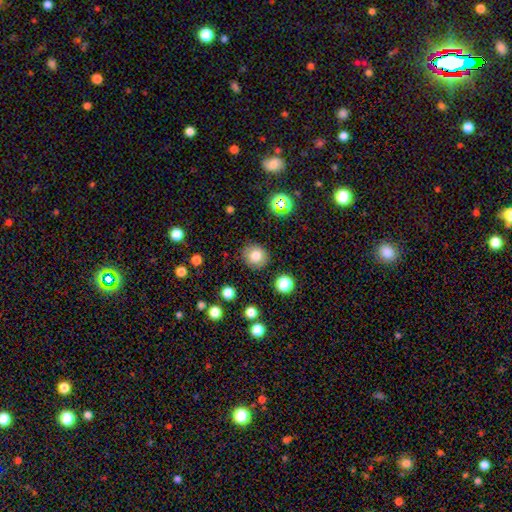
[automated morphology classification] Overall: smooth (80%). How rounded: round (88%). Merging: none (87%).